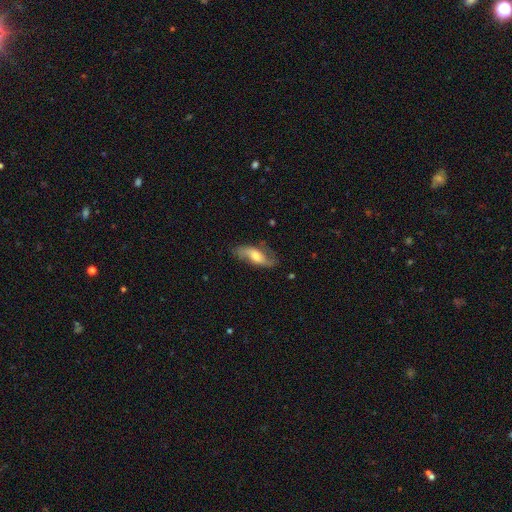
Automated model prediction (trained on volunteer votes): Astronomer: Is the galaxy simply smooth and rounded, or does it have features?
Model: featured or disk — 61%.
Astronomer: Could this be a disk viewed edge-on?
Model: no — 84%.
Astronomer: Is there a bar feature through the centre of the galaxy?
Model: no — 50% (runner-up: weak, 36%).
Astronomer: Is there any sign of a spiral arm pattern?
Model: yes — 87%.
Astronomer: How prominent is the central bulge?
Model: moderate — 60%.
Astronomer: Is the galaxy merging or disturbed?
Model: none — 72%.